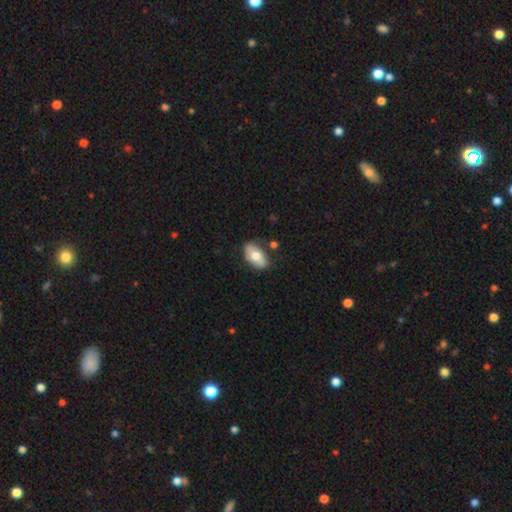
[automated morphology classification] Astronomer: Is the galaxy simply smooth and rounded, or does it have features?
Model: smooth — 66%.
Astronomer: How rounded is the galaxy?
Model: in between — 92%.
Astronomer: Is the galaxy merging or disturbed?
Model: none — 77%.